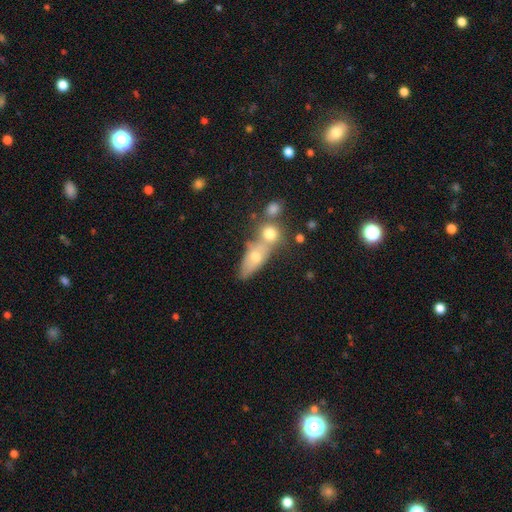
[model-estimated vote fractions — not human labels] smooth-or-featured: smooth: 52% | featured or disk: 32% | star or artifact: 16%
  how-rounded: in between: 57% | cigar-shaped: 25% | round: 18%
  merging: merger: 45% | none: 37% | minor disturbance: 11% | major disturbance: 6%